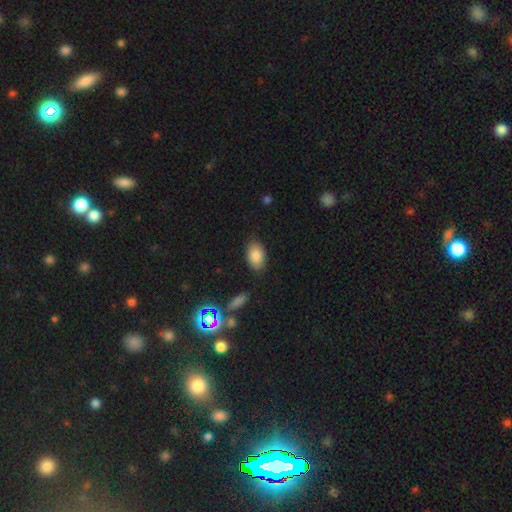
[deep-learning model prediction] Smooth or featured? smooth (84%)
How rounded? in between (91%)
Merging? none (82%)